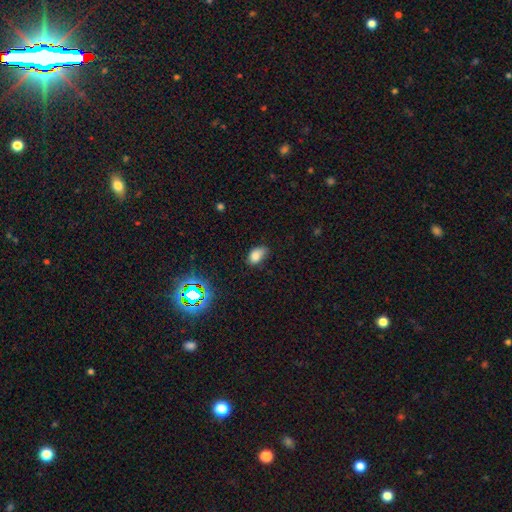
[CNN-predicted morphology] Smooth or featured: smooth — 79% (star or artifact — 14%)
How rounded: in between — 87% (round — 11%)
Merging: none — 54% (minor disturbance — 35%)